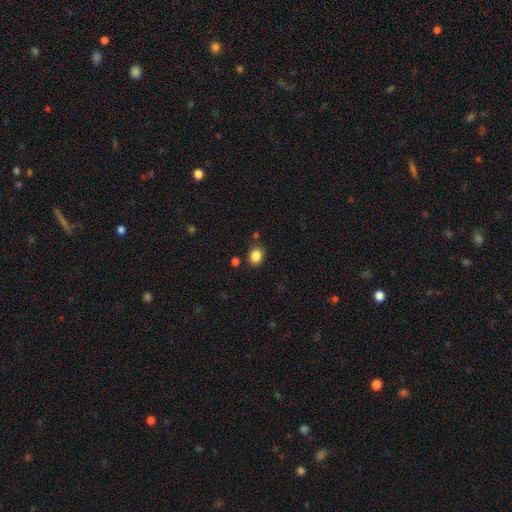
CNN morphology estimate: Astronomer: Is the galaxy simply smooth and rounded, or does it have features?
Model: smooth — 86%.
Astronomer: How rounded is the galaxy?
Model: in between — 59% (runner-up: round, 40%).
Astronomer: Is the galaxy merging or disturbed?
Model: none — 82%.